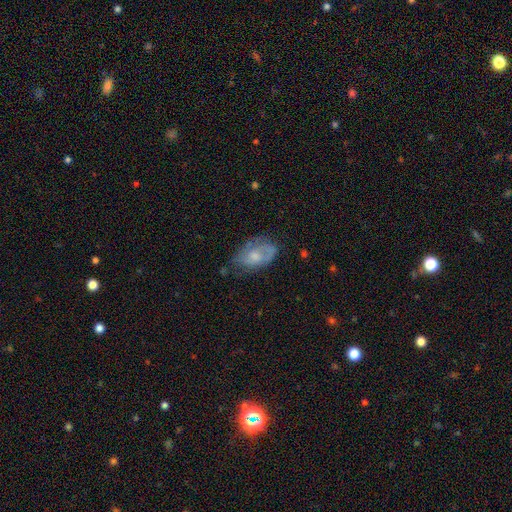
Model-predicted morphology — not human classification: Smooth or featured?
  - featured or disk: 50% *
  - smooth: 43%
  - star or artifact: 8%
Merging?
  - none: 53% *
  - minor disturbance: 31%
  - major disturbance: 14%
  - merger: 2%